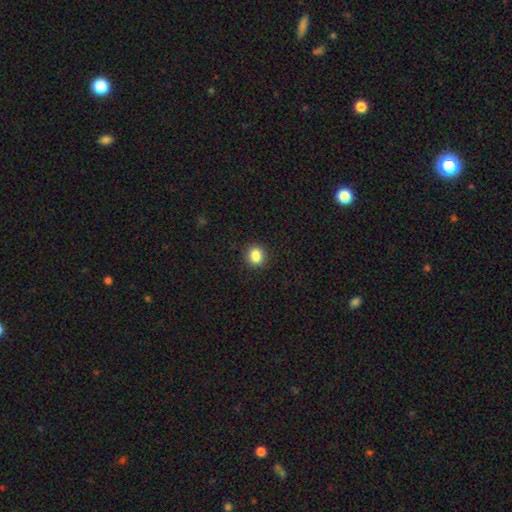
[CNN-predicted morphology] Q: Smooth or featured?
A: smooth (85%); runner-up: star or artifact (10%)
Q: How rounded?
A: round (78%); runner-up: in between (21%)
Q: Merging?
A: none (91%); runner-up: minor disturbance (6%)